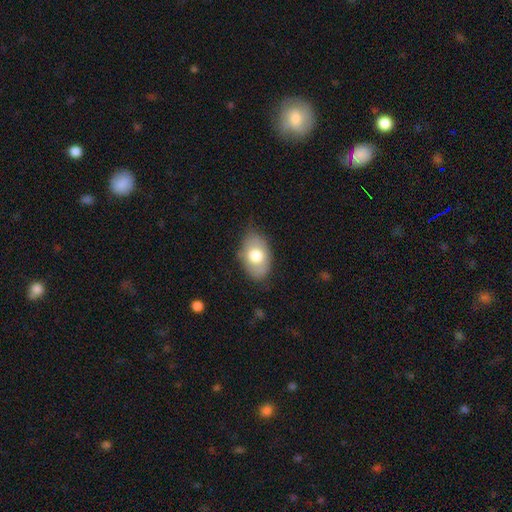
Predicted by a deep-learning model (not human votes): Smooth or featured? smooth (70%)
How rounded? in between (89%)
Merging? none (69%)